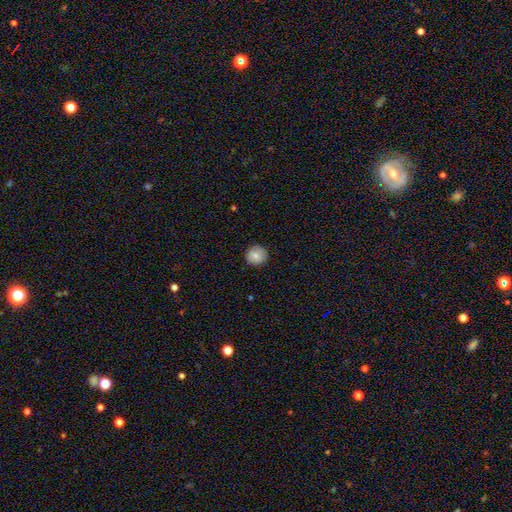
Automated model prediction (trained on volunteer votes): smooth-or-featured: smooth: 82% | featured or disk: 10% | star or artifact: 8%
  how-rounded: round: 91% | in between: 8% | cigar-shaped: 1%
  merging: none: 88% | minor disturbance: 9% | major disturbance: 2% | merger: 1%